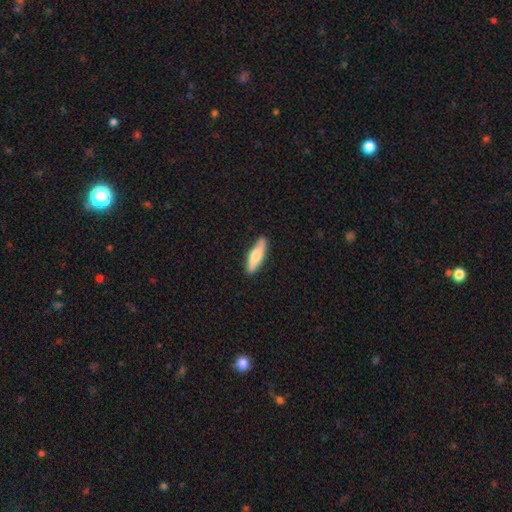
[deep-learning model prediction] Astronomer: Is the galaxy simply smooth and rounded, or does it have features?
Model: smooth — 68%.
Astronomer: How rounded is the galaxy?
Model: cigar-shaped — 58% (runner-up: in between, 40%).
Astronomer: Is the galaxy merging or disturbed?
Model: none — 87%.